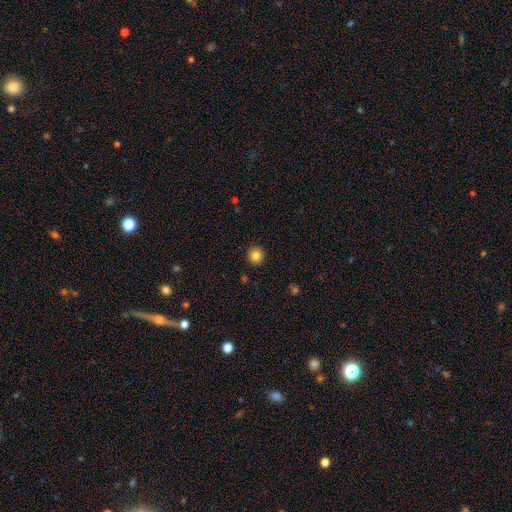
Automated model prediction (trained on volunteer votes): A smooth galaxy with no disk features (83%) that is round (93%). Merging: none (92%).